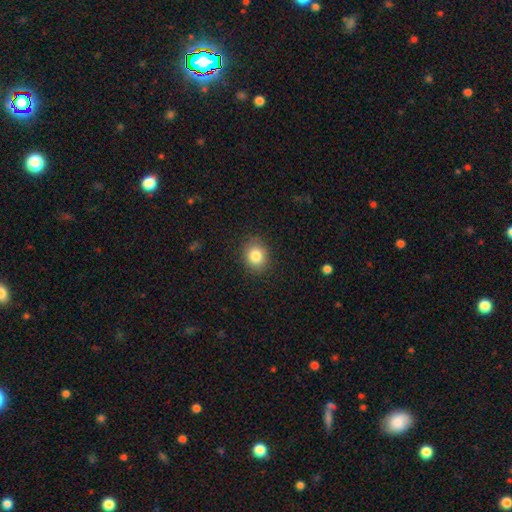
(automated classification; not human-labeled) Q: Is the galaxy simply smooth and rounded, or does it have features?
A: smooth — 84%.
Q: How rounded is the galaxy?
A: round — 64%.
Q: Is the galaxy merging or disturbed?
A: none — 88%.